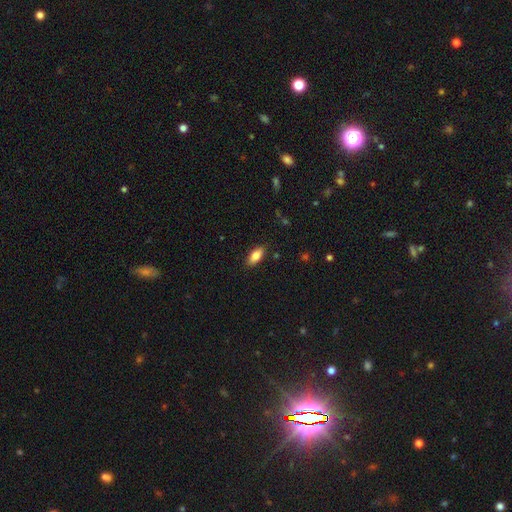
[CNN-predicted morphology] smooth_or_featured: smooth (p=0.83) [alt: featured or disk p=0.10]
how_rounded: in between (p=0.87) [alt: cigar-shaped p=0.11]
merging: none (p=0.87) [alt: minor disturbance p=0.10]